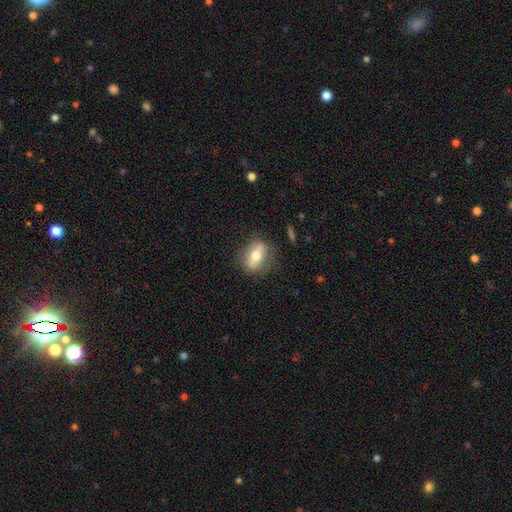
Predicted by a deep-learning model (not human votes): A smooth galaxy with no disk features (51%) that is in between round and cigar-shaped (67%). Merging: none (80%).